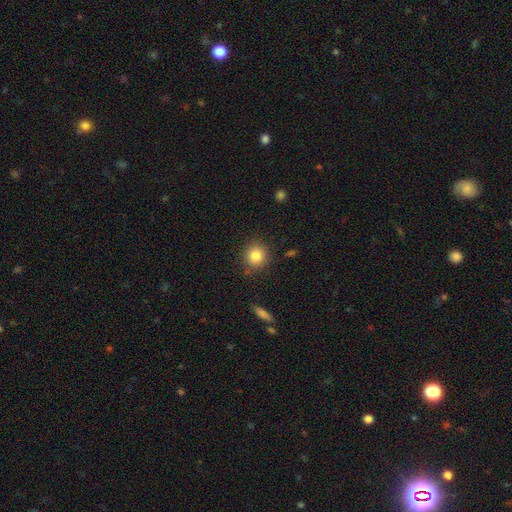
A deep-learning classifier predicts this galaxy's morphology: smooth_or_featured: smooth (p=0.84) [alt: star or artifact p=0.10]
how_rounded: round (p=0.85) [alt: in between p=0.14]
merging: none (p=0.86) [alt: minor disturbance p=0.09]